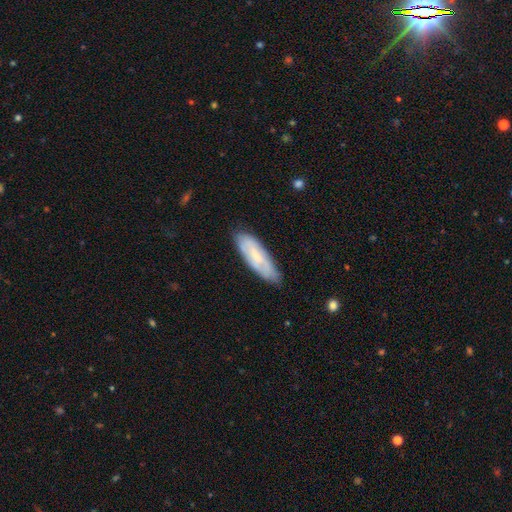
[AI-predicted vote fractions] Q: Smooth or featured?
A: smooth (53%); runner-up: featured or disk (40%)
Q: How rounded?
A: in between (57%); runner-up: cigar-shaped (41%)
Q: Merging?
A: none (74%); runner-up: minor disturbance (20%)